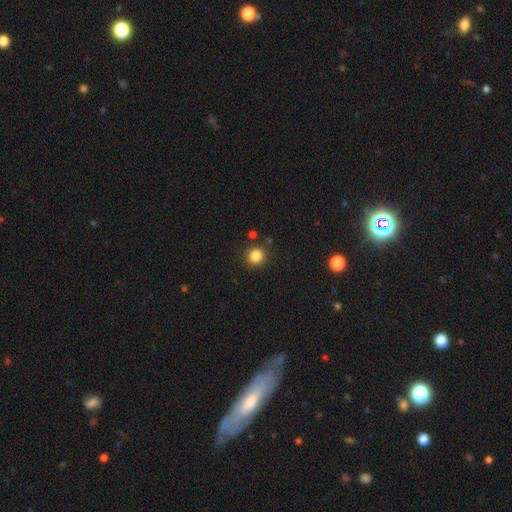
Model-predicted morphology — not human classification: A smooth galaxy with no disk features (84%) that is round (91%). Merging: none (87%).